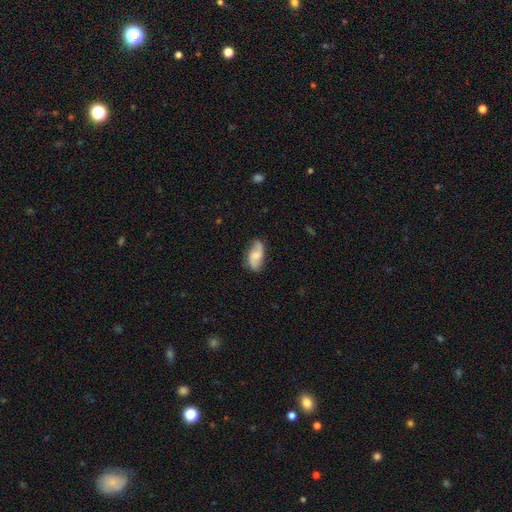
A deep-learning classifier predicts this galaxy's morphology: Q: Smooth or featured?
A: featured or disk (61%); runner-up: smooth (32%)
Q: Edge-on disk?
A: no (95%); runner-up: yes (5%)
Q: Bar?
A: no (56%); runner-up: weak (35%)
Q: Spiral arms?
A: yes (92%); runner-up: no (8%)
Q: Spiral winding?
A: loose (58%); runner-up: medium (30%)
Q: Spiral arm count?
A: 2 (88%); runner-up: can't tell (6%)
Q: Bulge size?
A: moderate (40%); runner-up: small (38%)
Q: Merging?
A: none (72%); runner-up: minor disturbance (20%)